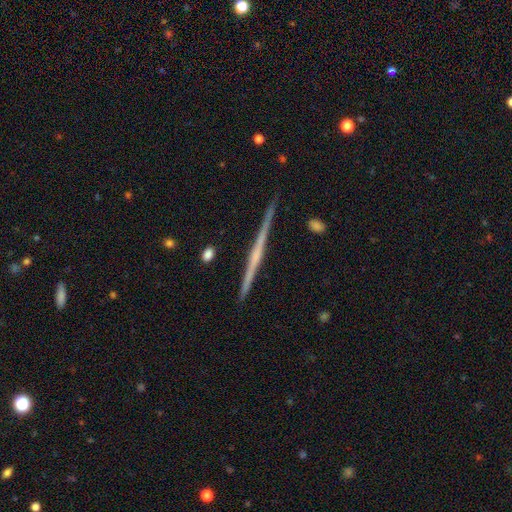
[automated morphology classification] Q: Smooth or featured?
A: featured or disk (77%); runner-up: smooth (17%)
Q: Edge-on disk?
A: yes (99%); runner-up: no (1%)
Q: Edge-on bulge?
A: none (54%); runner-up: rounded (35%)
Q: Merging?
A: none (91%); runner-up: minor disturbance (7%)